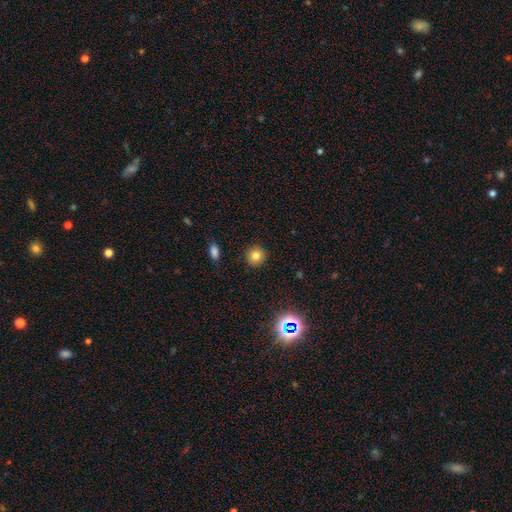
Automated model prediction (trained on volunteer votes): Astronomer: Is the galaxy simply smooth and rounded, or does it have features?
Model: smooth — 79%.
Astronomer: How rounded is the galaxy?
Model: round — 91%.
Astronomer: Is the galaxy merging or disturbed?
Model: none — 90%.